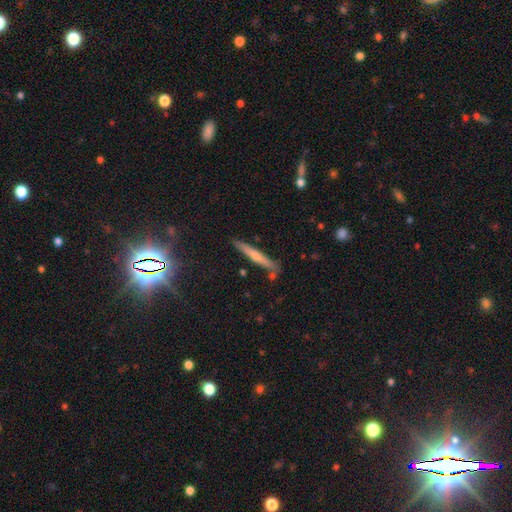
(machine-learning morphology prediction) smooth-or-featured: smooth: 53% | featured or disk: 40% | star or artifact: 7%
  how-rounded: cigar-shaped: 95% | in between: 4% | round: 1%
  merging: none: 81% | minor disturbance: 12% | merger: 4% | major disturbance: 2%